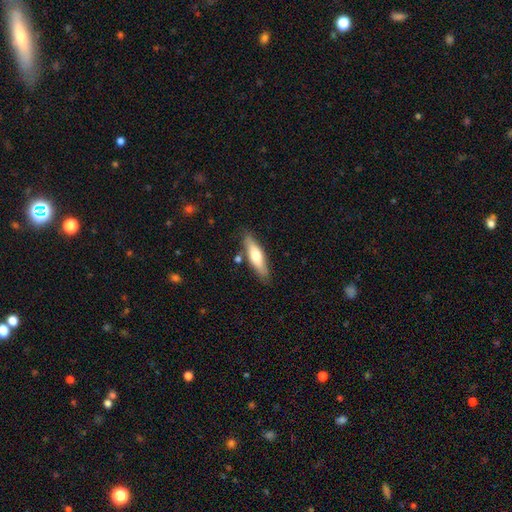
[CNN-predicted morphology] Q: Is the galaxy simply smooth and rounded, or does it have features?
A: smooth — 60%.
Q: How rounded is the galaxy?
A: cigar-shaped — 63%.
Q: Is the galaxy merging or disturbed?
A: none — 81%.